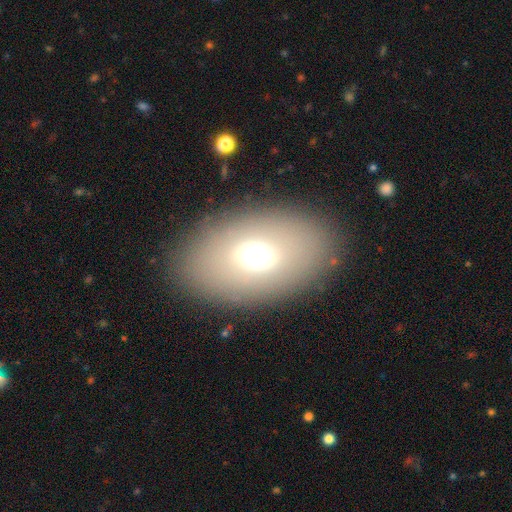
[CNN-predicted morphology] Smooth or featured: smooth — 58% (featured or disk — 30%)
How rounded: in between — 85% (round — 14%)
Merging: none — 84% (minor disturbance — 9%)